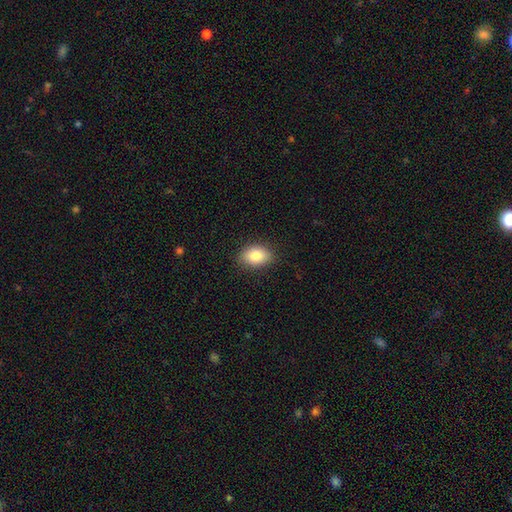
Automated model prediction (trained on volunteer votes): smooth-or-featured: smooth: 84% | featured or disk: 8% | star or artifact: 8%
  how-rounded: in between: 81% | round: 17% | cigar-shaped: 1%
  merging: none: 86% | minor disturbance: 11% | major disturbance: 2% | merger: 1%